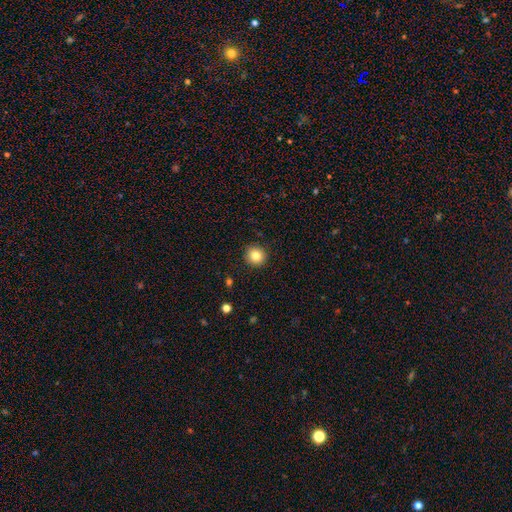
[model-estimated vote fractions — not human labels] A smooth galaxy with no disk features (83%) that is round (93%). Merging: none (91%).